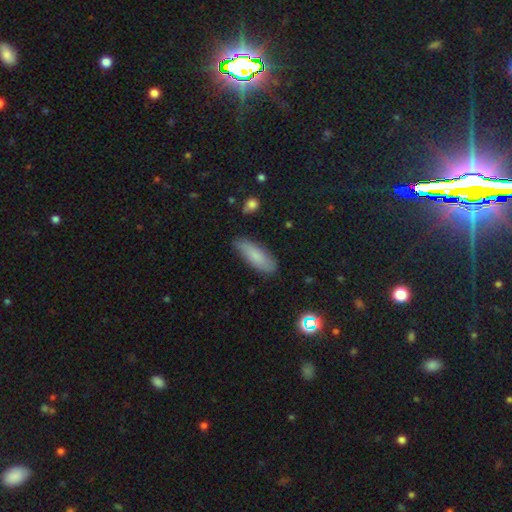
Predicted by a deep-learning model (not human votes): Q: Smooth or featured?
A: smooth (76%); runner-up: featured or disk (16%)
Q: How rounded?
A: in between (58%); runner-up: cigar-shaped (40%)
Q: Merging?
A: none (81%); runner-up: minor disturbance (15%)